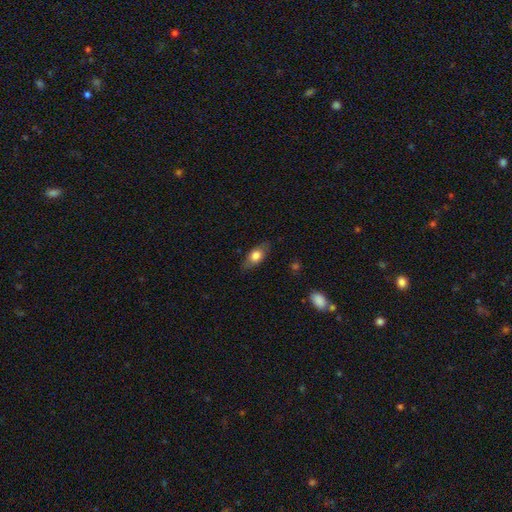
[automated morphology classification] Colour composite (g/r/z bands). It shows a smooth galaxy with no disk features (72%) that is in between round and cigar-shaped (81%). Merging: none (80%).